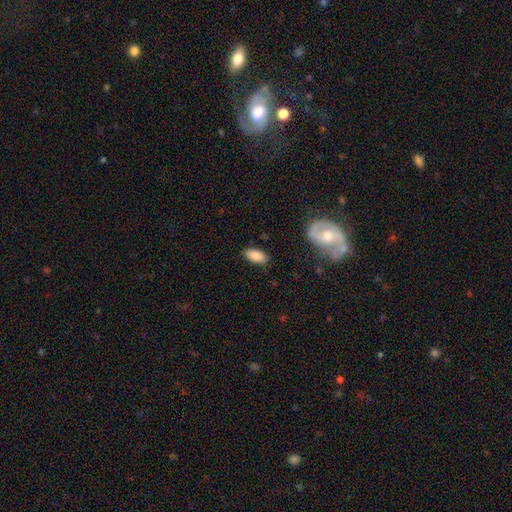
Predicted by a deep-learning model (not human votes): This appears to be a smooth galaxy with no disk features (87%) that is in between round and cigar-shaped (92%). Merging: none (84%).